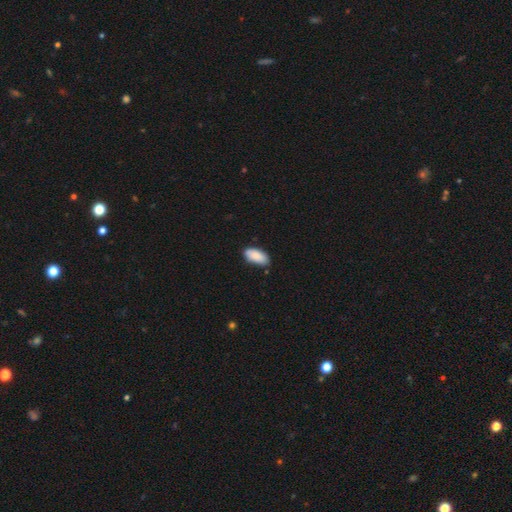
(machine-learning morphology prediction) This is clearly a smooth galaxy (87%). How rounded: clearly in between (91%). Merging: likely none (75%).